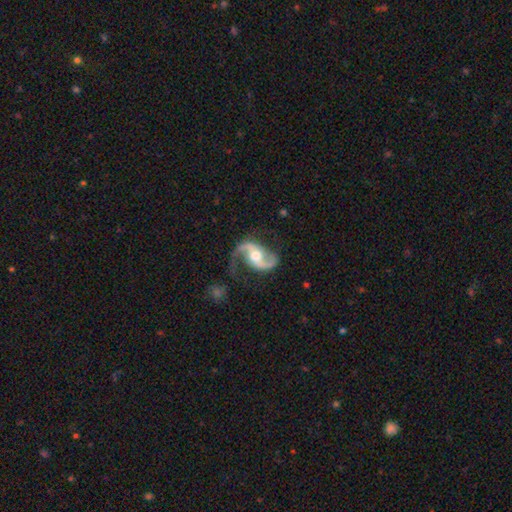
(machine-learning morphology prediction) smooth_or_featured: featured or disk (p=0.92) [alt: smooth p=0.04]
disk_edge_on: no (p=0.98) [alt: yes p=0.02]
bar: no (p=0.39) [tied with: weak p=0.39]
has_spiral_arms: yes (p=0.98) [alt: no p=0.02]
spiral_winding: loose (p=0.56) [alt: medium p=0.37]
spiral_arm_count: 2 (p=0.93) [alt: 1 p=0.02]
bulge_size: moderate (p=0.69) [alt: small p=0.15]
merging: none (p=0.69) [alt: minor disturbance p=0.17]